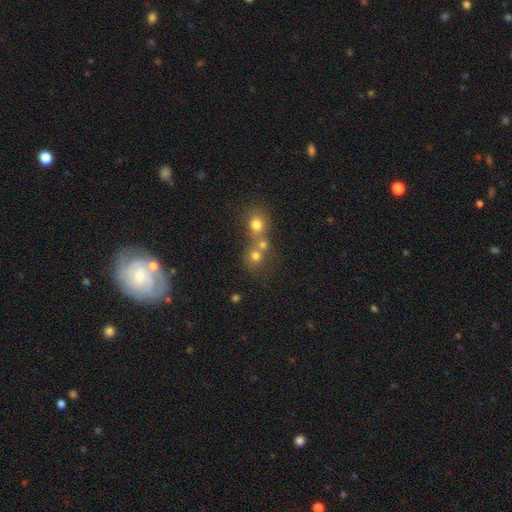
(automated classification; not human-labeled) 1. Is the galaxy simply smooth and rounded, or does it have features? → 70% smooth, 17% star or artifact, 13% featured or disk.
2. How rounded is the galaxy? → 83% round, 16% in between, 1% cigar-shaped.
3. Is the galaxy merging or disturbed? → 49% merger, 41% none, 6% minor disturbance, 4% major disturbance.